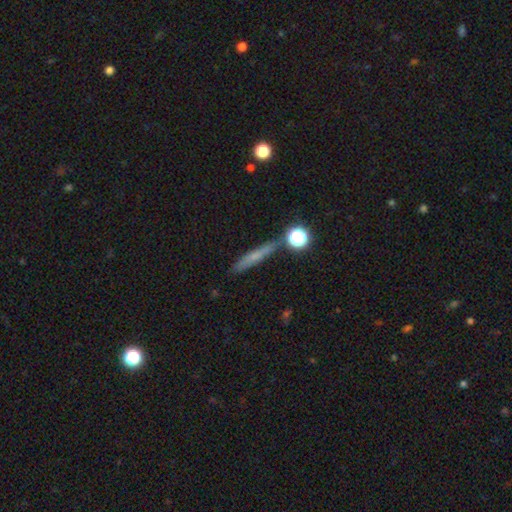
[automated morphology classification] This is possibly a smooth galaxy (53%). How rounded: clearly cigar-shaped (85%). Merging: likely none (80%).